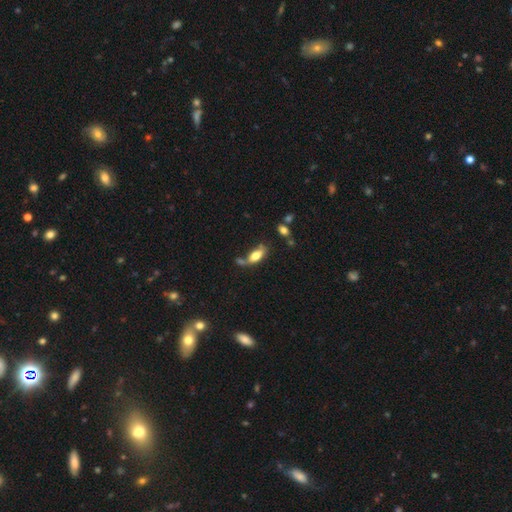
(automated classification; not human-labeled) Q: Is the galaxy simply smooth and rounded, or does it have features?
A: smooth — 73%.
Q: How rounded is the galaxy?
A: in between — 82%.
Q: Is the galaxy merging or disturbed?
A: none — 47%.